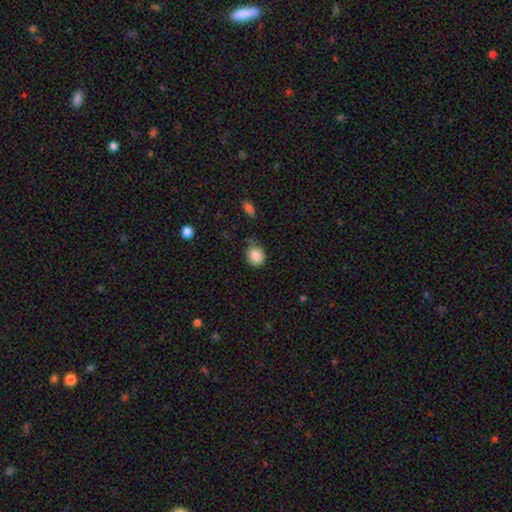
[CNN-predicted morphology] This appears to be a smooth galaxy with no disk features (85%) that is round (61%). Merging: none (68%).